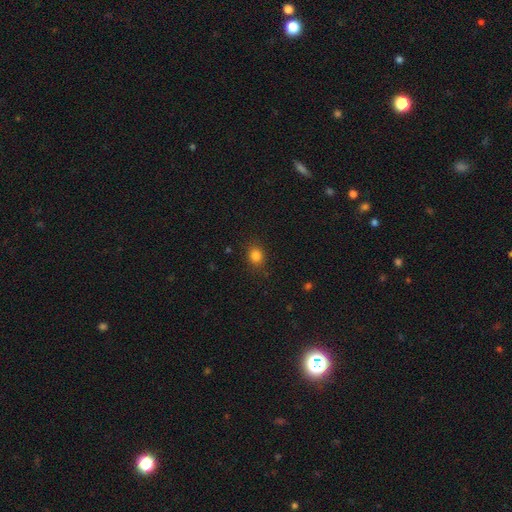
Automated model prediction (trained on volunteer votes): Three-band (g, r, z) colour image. It shows a smooth galaxy with no disk features (82%) that is round (65%). Merging: none (85%).